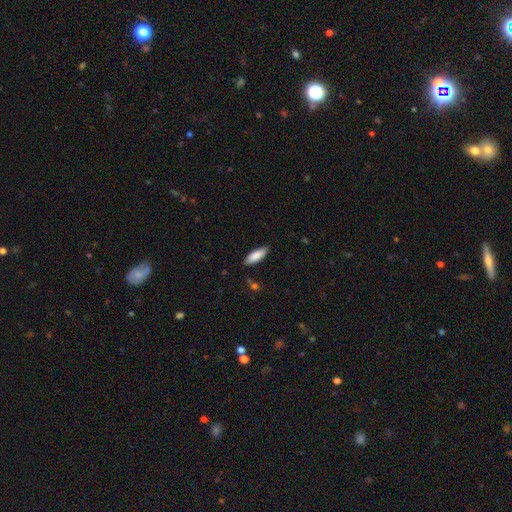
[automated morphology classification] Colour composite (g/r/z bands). It shows a smooth galaxy with no disk features (87%) that is in between round and cigar-shaped (59%). Merging: none (87%).